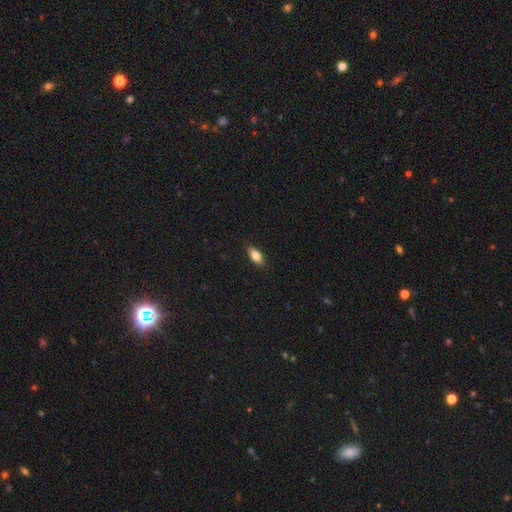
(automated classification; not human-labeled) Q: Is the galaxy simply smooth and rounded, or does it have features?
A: smooth — 80%.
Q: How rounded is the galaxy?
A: in between — 84%.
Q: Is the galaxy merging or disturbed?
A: none — 88%.